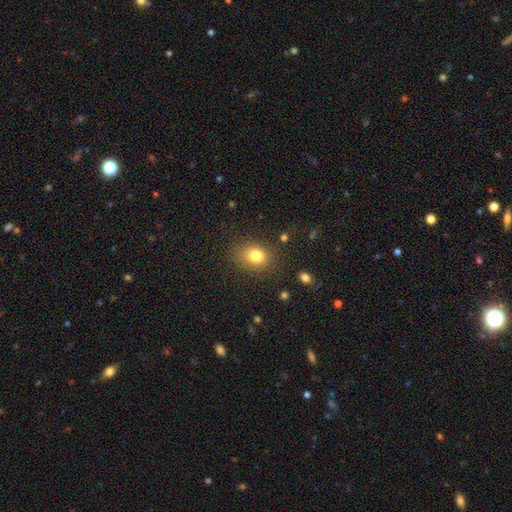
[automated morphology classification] This is likely a smooth galaxy (78%). How rounded: possibly round (54%). Merging: clearly none (82%).